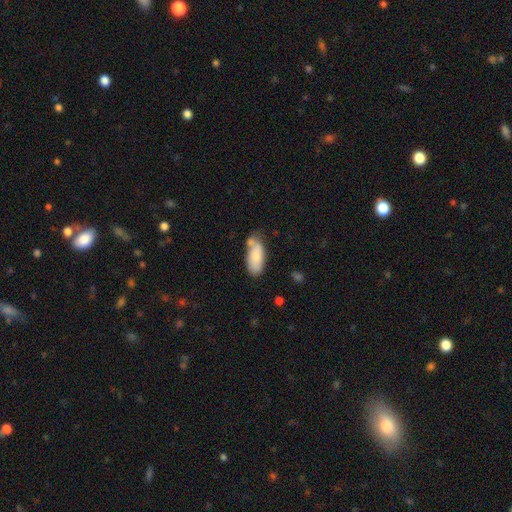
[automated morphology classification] This appears to be a smooth galaxy with no disk features (80%) that is in between round and cigar-shaped (84%). Merging: none (49%).